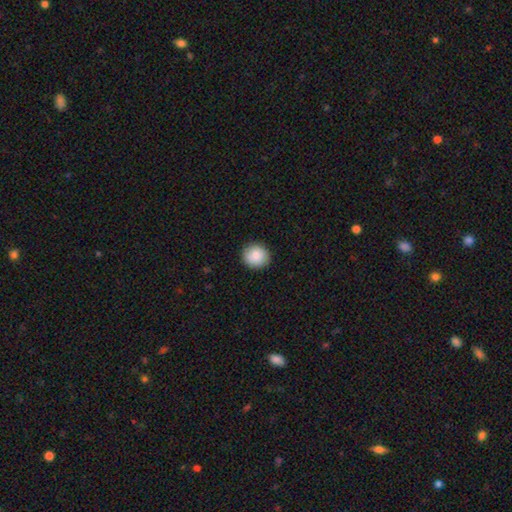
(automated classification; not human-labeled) Smooth or featured? Predicted: smooth (p=0.87). How rounded? Predicted: round (p=0.90). Merging? Predicted: none (p=0.90).